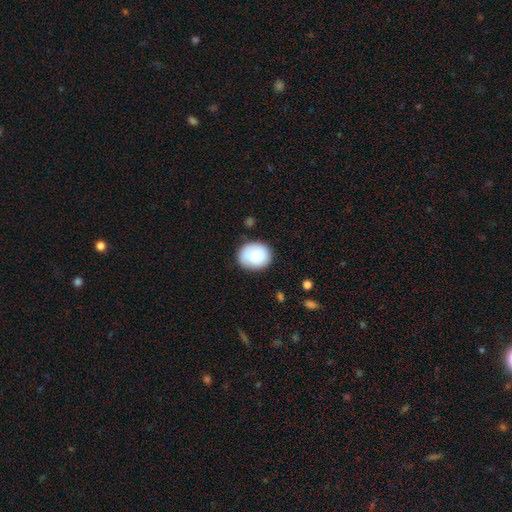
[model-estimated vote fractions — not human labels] Overall: smooth (82%). How rounded: round (62%; in between 37%). Merging: none (76%).